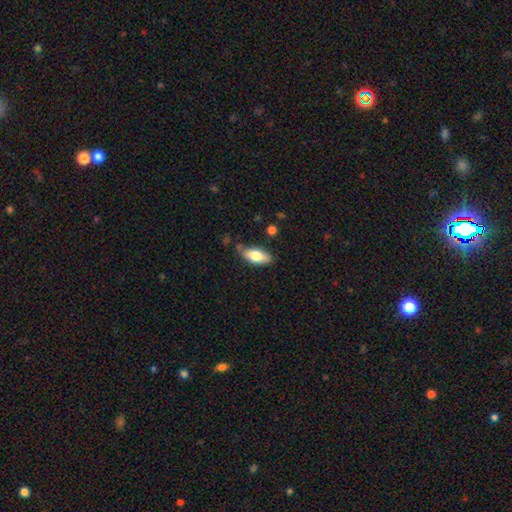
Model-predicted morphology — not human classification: A smooth galaxy with no disk features (74%) that is in between round and cigar-shaped (81%).

Vote fractions:
- Smooth or featured? smooth: 74% / featured or disk: 20% / star or artifact: 6%
- How rounded? in between: 81% / cigar-shaped: 16% / round: 3%
- Merging? none: 73% / minor disturbance: 20% / major disturbance: 4% / merger: 4%